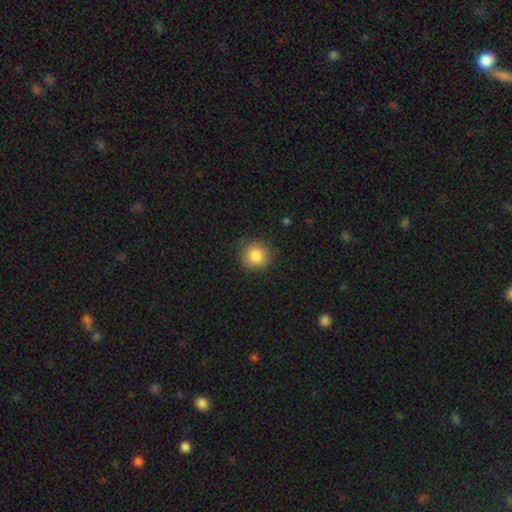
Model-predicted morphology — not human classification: This is clearly a smooth galaxy (84%). How rounded: clearly round (93%). Merging: clearly none (86%).